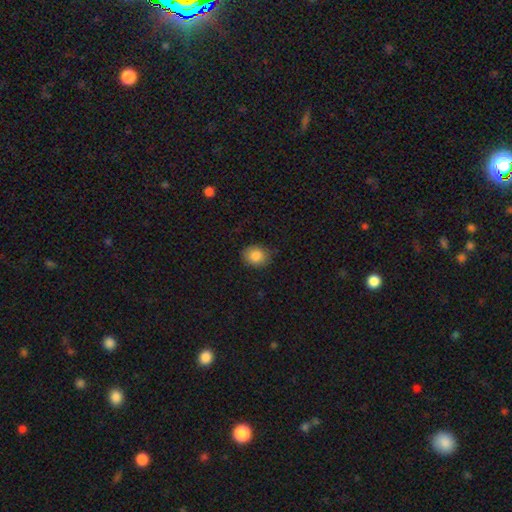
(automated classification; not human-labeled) Q: Smooth or featured?
A: smooth (85%); runner-up: star or artifact (9%)
Q: How rounded?
A: round (57%); runner-up: in between (42%)
Q: Merging?
A: none (81%); runner-up: minor disturbance (15%)